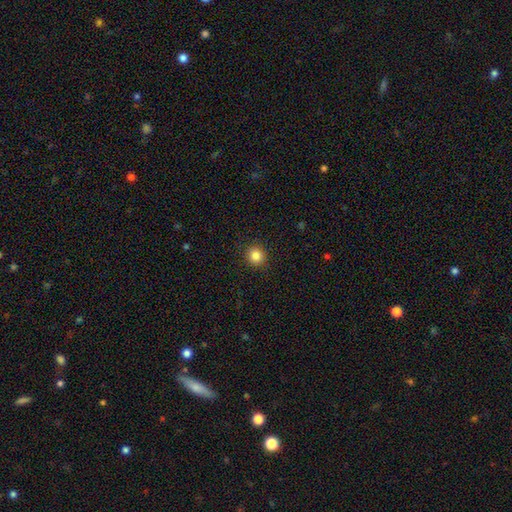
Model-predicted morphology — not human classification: A smooth galaxy with no disk features (84%) that is round (90%). Merging: none (92%).